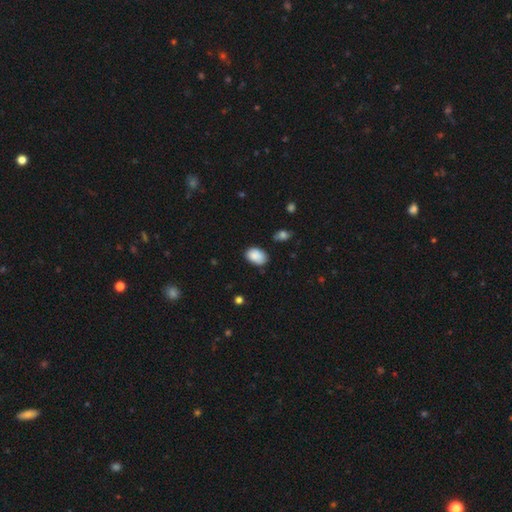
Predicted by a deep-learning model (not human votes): This appears to be a smooth galaxy with no disk features (87%) that is in between round and cigar-shaped (85%). Merging: none (69%).